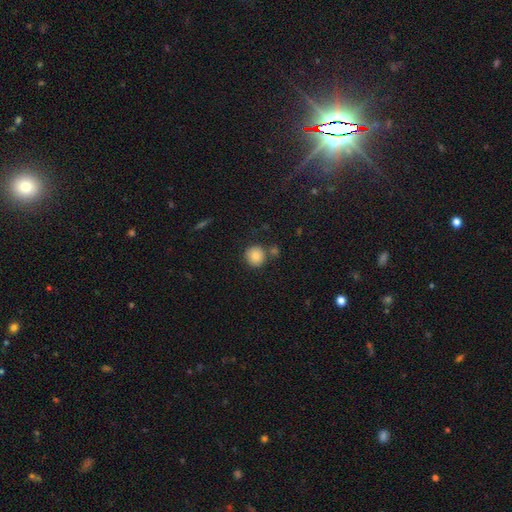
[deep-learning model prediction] Q: Smooth or featured?
A: smooth (85%); runner-up: star or artifact (9%)
Q: How rounded?
A: round (90%); runner-up: in between (9%)
Q: Merging?
A: none (76%); runner-up: merger (11%)